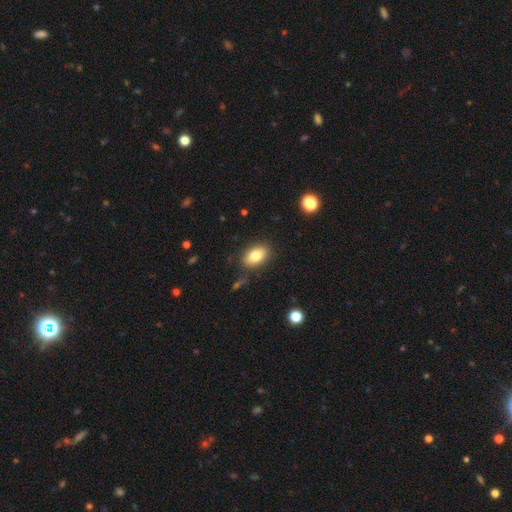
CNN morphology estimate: type=smooth (81%); roundness=in between (89%); merging=none (84%).